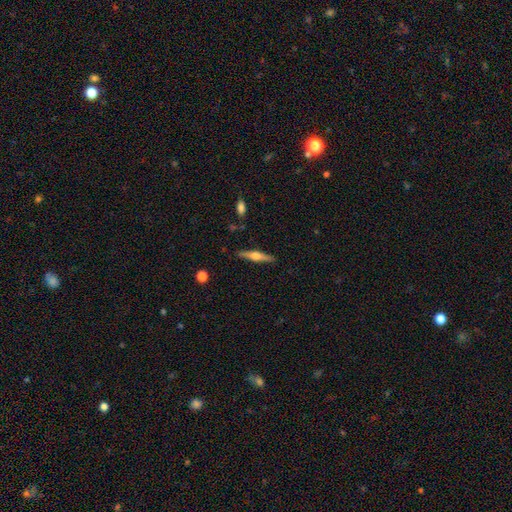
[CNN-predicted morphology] Smooth or featured: featured or disk — 61% (smooth — 34%)
Edge-on disk: yes — 97% (no — 3%)
Edge-on bulge: rounded — 88% (boxy — 8%)
Merging: none — 89% (minor disturbance — 8%)